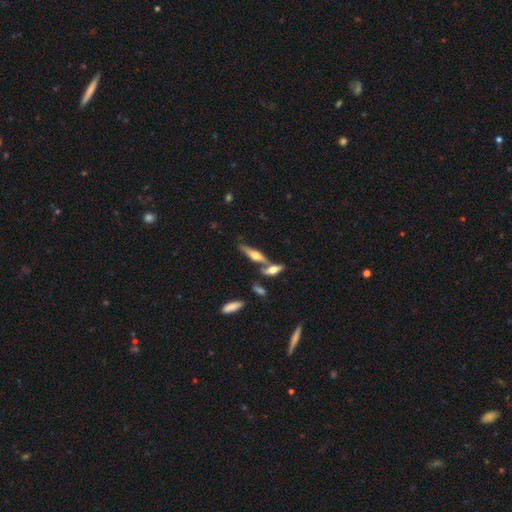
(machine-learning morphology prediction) smooth-or-featured: featured or disk: 64% | smooth: 29% | star or artifact: 7%
  disk-edge-on: yes: 94% | no: 6%
    edge-on-bulge: rounded: 92% | boxy: 5% | none: 3%
  merging: none: 60% | merger: 26% | minor disturbance: 11% | major disturbance: 4%